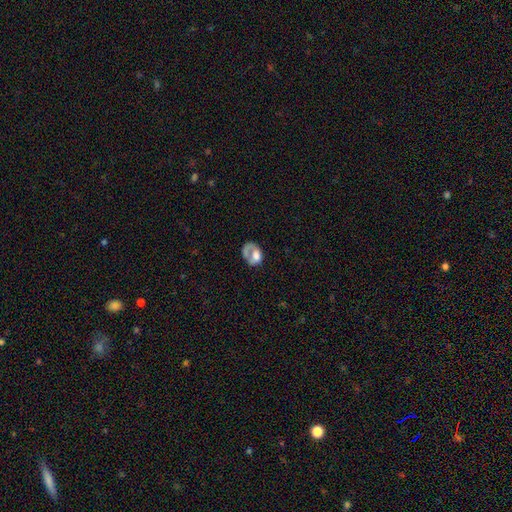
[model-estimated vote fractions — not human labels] Morphology: type=smooth (55%); roundness=in between (66%); merging=major disturbance (37%).